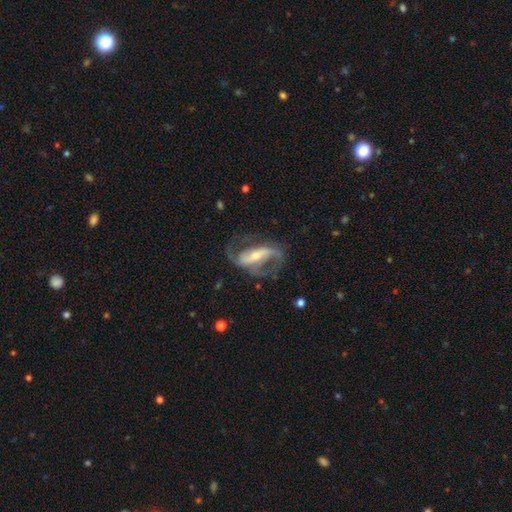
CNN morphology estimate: Smooth or featured? Predicted: featured or disk (p=0.86). Edge-on disk? Predicted: no (p=0.93). Bar? Predicted: strong (p=0.61). Spiral arms? Predicted: yes (p=0.93). Spiral winding? Predicted: loose (p=0.46). Spiral arm count? Predicted: 2 (p=0.90). Bulge size? Predicted: small (p=0.52). Merging? Predicted: none (p=0.66).